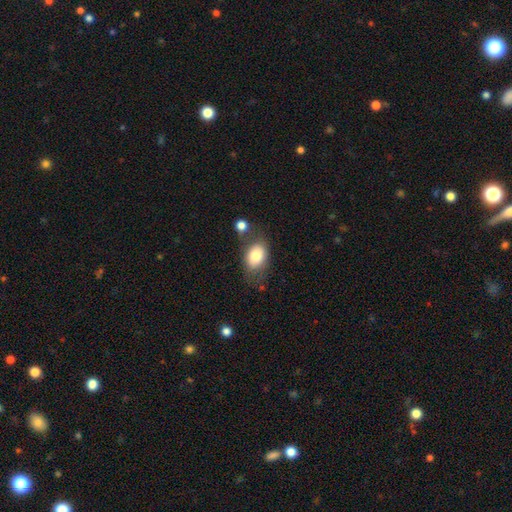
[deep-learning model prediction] smooth_or_featured: smooth (p=0.78) [alt: featured or disk p=0.15]
how_rounded: in between (p=0.78) [alt: round p=0.21]
merging: none (p=0.59) [alt: minor disturbance p=0.19]